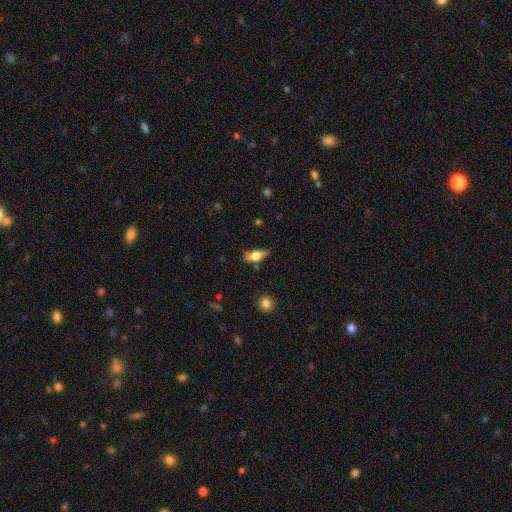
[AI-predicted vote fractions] A smooth galaxy with no disk features (63%) that is in between round and cigar-shaped (72%).

Vote fractions:
- Smooth or featured? smooth: 63% / featured or disk: 30% / star or artifact: 7%
- How rounded? in between: 72% / cigar-shaped: 23% / round: 5%
- Merging? none: 62% / minor disturbance: 27% / major disturbance: 8% / merger: 4%